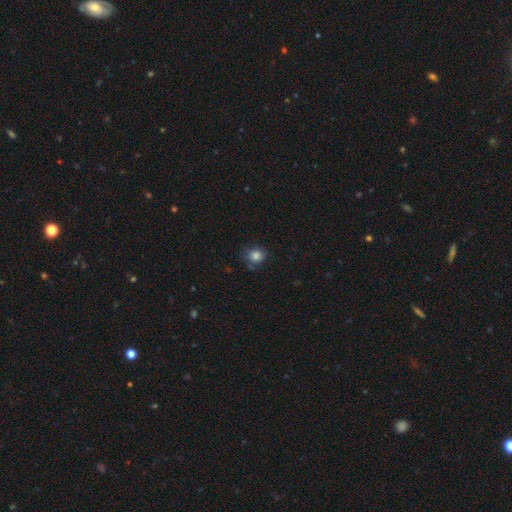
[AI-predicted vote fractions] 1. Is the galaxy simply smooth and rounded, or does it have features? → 82% smooth, 11% star or artifact, 7% featured or disk.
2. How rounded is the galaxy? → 83% round, 16% in between, 1% cigar-shaped.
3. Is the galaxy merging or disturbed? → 68% none, 22% minor disturbance, 7% major disturbance, 3% merger.